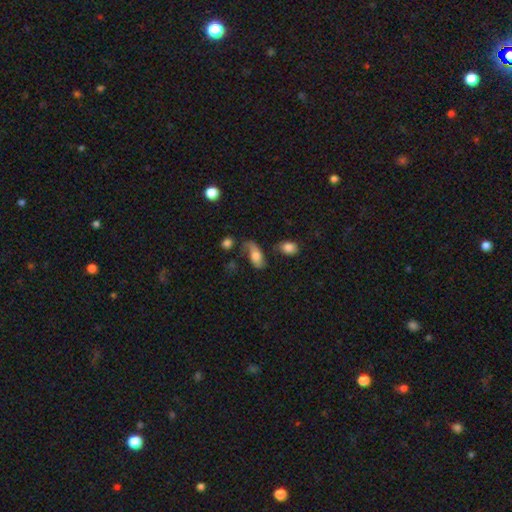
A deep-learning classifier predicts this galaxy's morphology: A smooth galaxy with no disk features (61%) that is in between round and cigar-shaped (86%). Merging: none (45%).